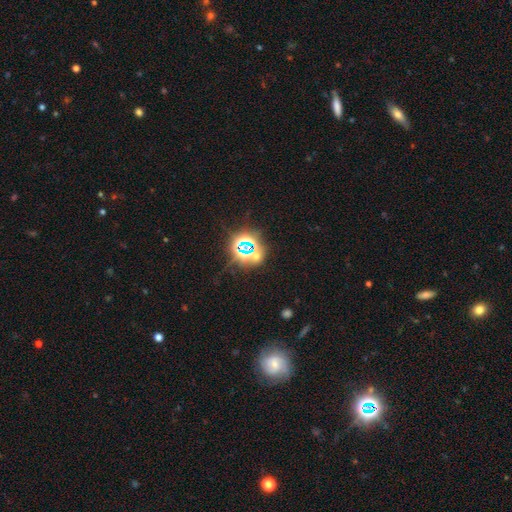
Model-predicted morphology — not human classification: A star or artifact, not a galaxy (70%).